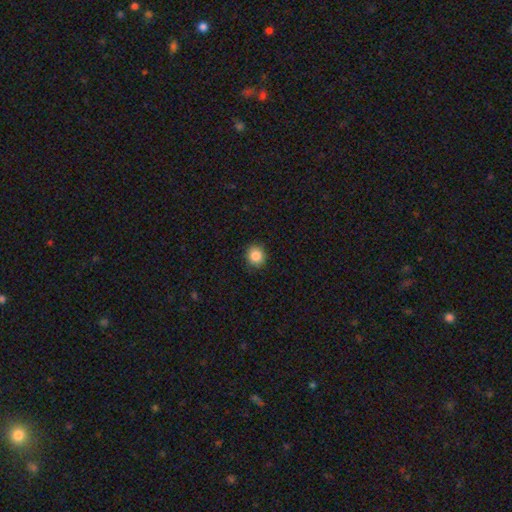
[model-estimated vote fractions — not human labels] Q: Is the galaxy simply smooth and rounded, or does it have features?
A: smooth — 85%.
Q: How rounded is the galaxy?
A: round — 88%.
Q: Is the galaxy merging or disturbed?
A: none — 90%.